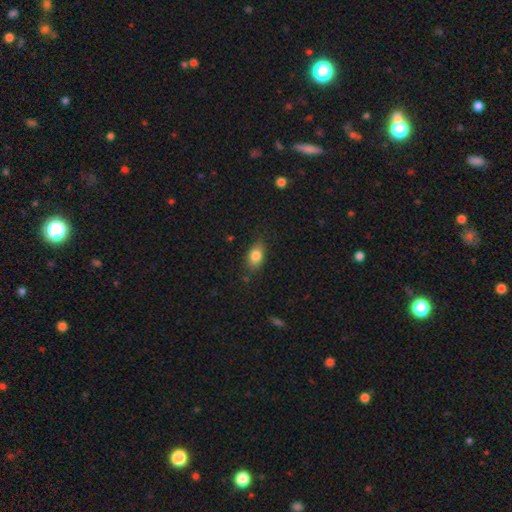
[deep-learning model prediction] Q: Smooth or featured?
A: smooth (83%); runner-up: featured or disk (9%)
Q: How rounded?
A: in between (82%); runner-up: round (15%)
Q: Merging?
A: none (77%); runner-up: minor disturbance (18%)